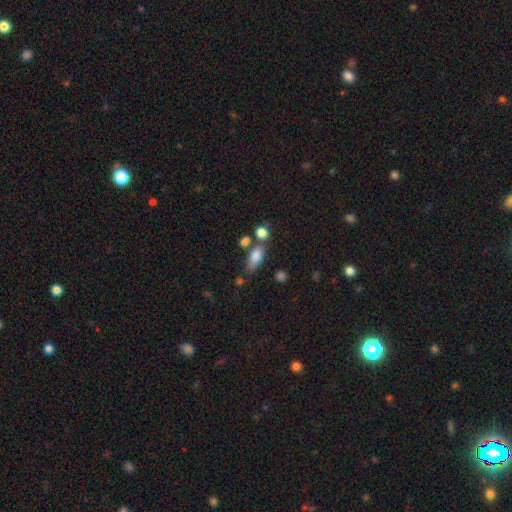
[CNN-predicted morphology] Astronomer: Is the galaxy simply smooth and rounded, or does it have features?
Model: smooth — 80%.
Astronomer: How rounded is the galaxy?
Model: in between — 78%.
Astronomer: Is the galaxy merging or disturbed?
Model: none — 53%.